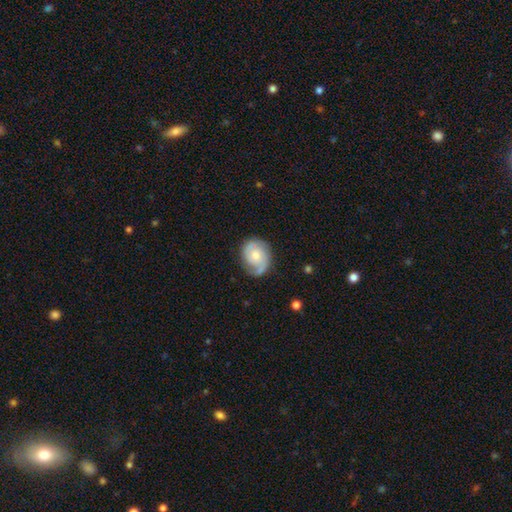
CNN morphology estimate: Smooth or featured?
  - featured or disk: 74% *
  - smooth: 20%
  - star or artifact: 6%
Edge-on disk?
  - no: 98% *
  - yes: 2%
Bar?
  - no: 68% *
  - weak: 28%
  - strong: 4%
Spiral arms?
  - yes: 94% *
  - no: 6%
Spiral winding?
  - tight: 45% *
  - medium: 41%
  - loose: 14%
Spiral arm count?
  - 2: 79% *
  - 1: 9%
  - can't tell: 7%
  - 3: 3%
  - 4: 1%
  - more than 4: 1%
Bulge size?
  - moderate: 56% *
  - small: 32%
  - large: 7%
  - none: 4%
  - dominant: 1%
Merging?
  - none: 71% *
  - minor disturbance: 20%
  - major disturbance: 7%
  - merger: 2%